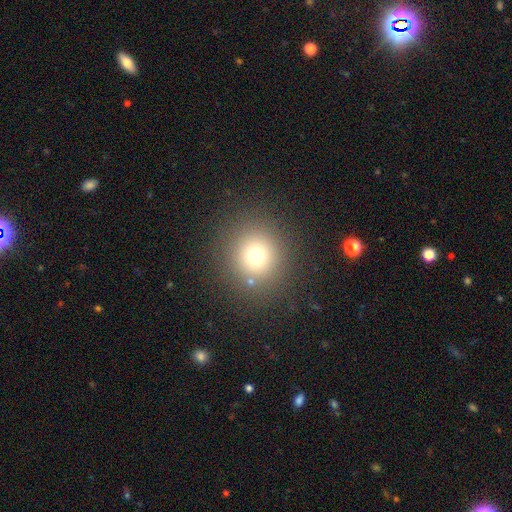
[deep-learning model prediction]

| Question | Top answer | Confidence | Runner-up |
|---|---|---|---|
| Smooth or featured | smooth | 73% | star or artifact (17%) |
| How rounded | round | 91% | in between (8%) |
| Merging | none | 87% | minor disturbance (7%) |